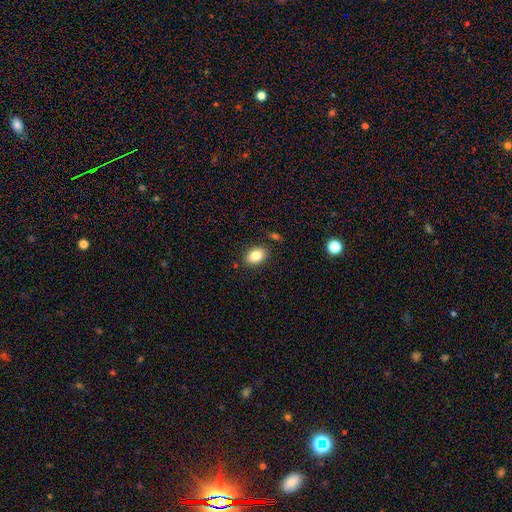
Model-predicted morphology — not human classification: smooth 84%, star or artifact 9%, featured or disk 7%. Down the decision tree: how rounded — in between (79%); merging — none (84%).